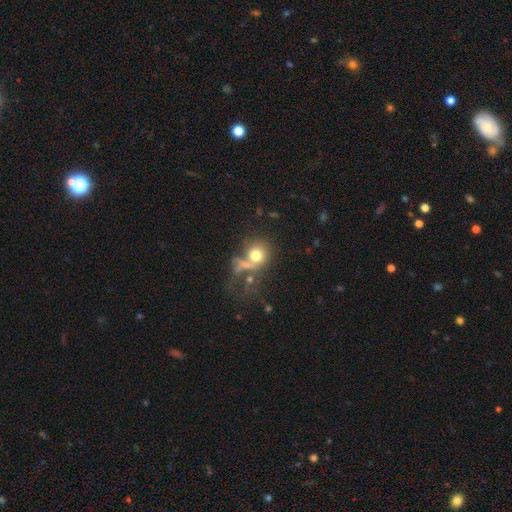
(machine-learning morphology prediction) Overall: smooth (68%). How rounded: round (72%). Merging: merger (35%; none 27%).